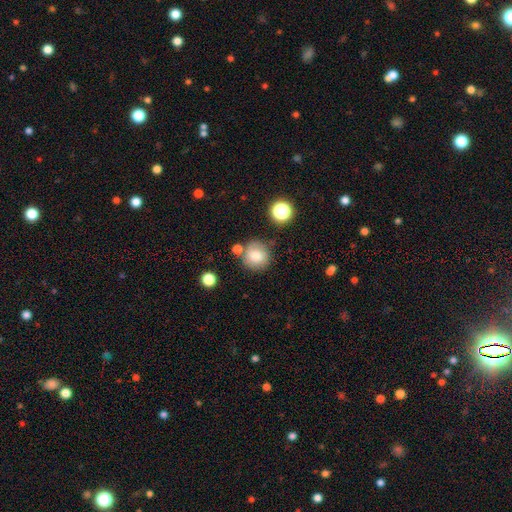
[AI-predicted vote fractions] The model was most divided on "merging": none: 66%, minor disturbance: 17%, merger: 12%, major disturbance: 6%. More confident: how rounded — round (88%); smooth or featured — smooth (78%).